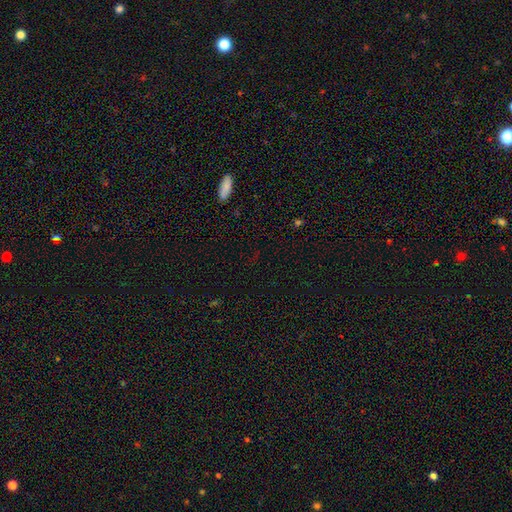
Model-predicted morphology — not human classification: The model was most divided on "smooth or featured": star or artifact: 64%, smooth: 28%, featured or disk: 8%.